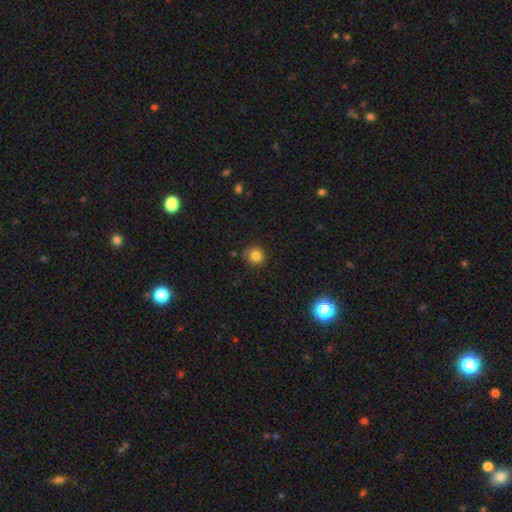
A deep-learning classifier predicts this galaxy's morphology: smooth_or_featured: smooth (p=0.82) [alt: star or artifact p=0.12]
how_rounded: round (p=0.89) [alt: in between p=0.10]
merging: none (p=0.82) [alt: minor disturbance p=0.13]